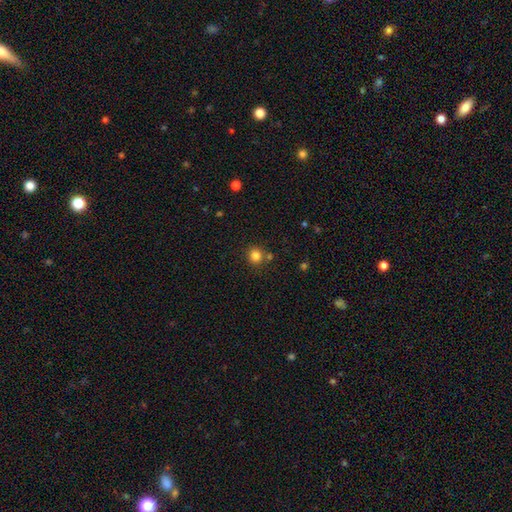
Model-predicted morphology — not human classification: Smooth or featured?
  - smooth: 82% *
  - star or artifact: 13%
  - featured or disk: 5%
How rounded?
  - round: 92% *
  - in between: 7%
  - cigar-shaped: 1%
Merging?
  - none: 77% *
  - merger: 12%
  - minor disturbance: 8%
  - major disturbance: 3%